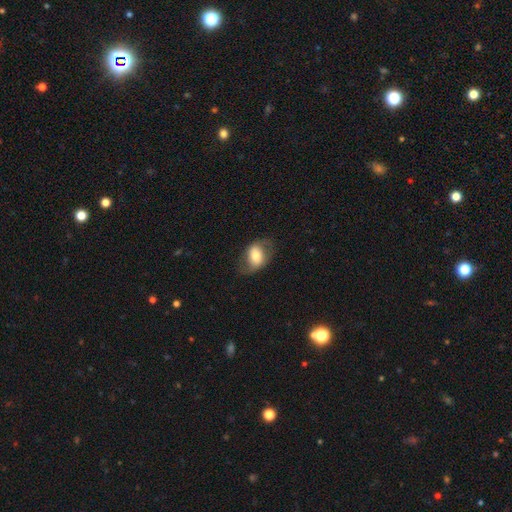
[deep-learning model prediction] Morphology: type=smooth (52%); roundness=in between (75%); merging=none (68%).